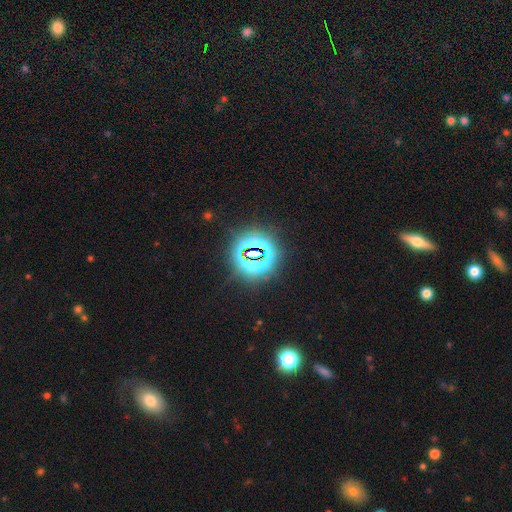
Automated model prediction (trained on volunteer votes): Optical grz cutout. It shows a star or artifact, not a galaxy (78%).